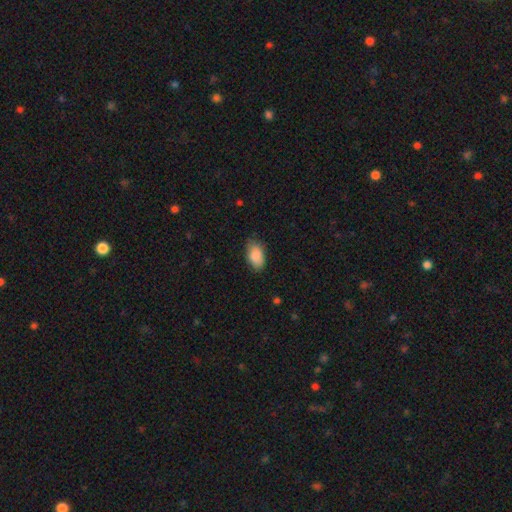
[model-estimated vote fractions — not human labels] This appears to be a smooth galaxy with no disk features (88%) that is in between round and cigar-shaped (93%). Merging: none (78%).